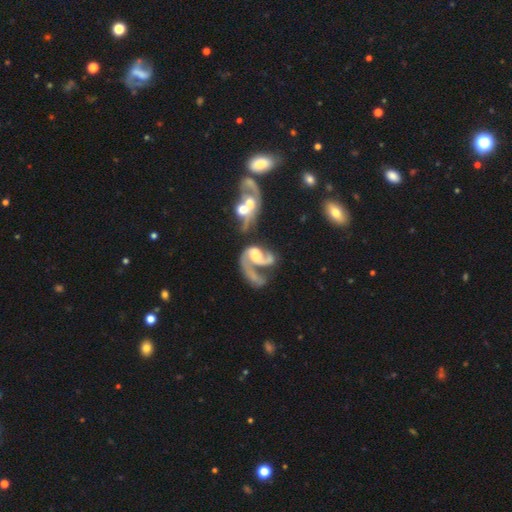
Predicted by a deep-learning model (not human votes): A featured or disk galaxy (86%) with no bar (52%), 2 (68%) medium (45%) spiral arms (93%) and a moderate central bulge (46%).

Vote fractions:
- Smooth or featured? featured or disk: 86% / smooth: 8% / star or artifact: 6%
- Edge-on disk? no: 98% / yes: 2%
- Bar? no: 52% / weak: 35% / strong: 13%
- Spiral arms? yes: 93% / no: 7%
- Spiral winding? medium: 45% / loose: 41% / tight: 14%
- Spiral arm count? 2: 68% / 1: 20% / can't tell: 5% / 3: 4% / 4: 2% / more than 4: 2%
- Bulge size? moderate: 46% / small: 22% / large: 16% / none: 13% / dominant: 2%
- Merging? merger: 37% / major disturbance: 31% / none: 21% / minor disturbance: 12%